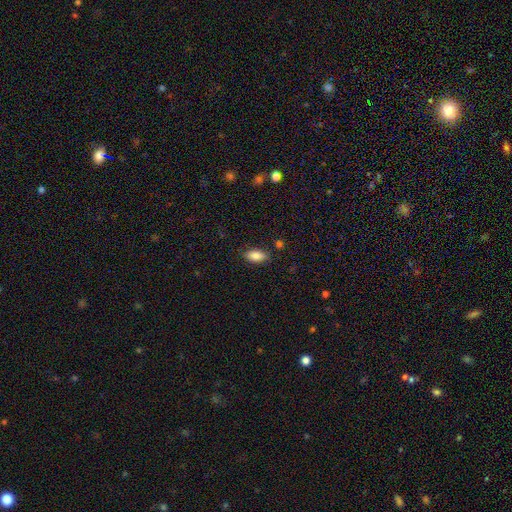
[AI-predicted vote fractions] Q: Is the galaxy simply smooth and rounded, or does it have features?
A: smooth — 87%.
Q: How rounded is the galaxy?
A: in between — 91%.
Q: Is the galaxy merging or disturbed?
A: none — 83%.